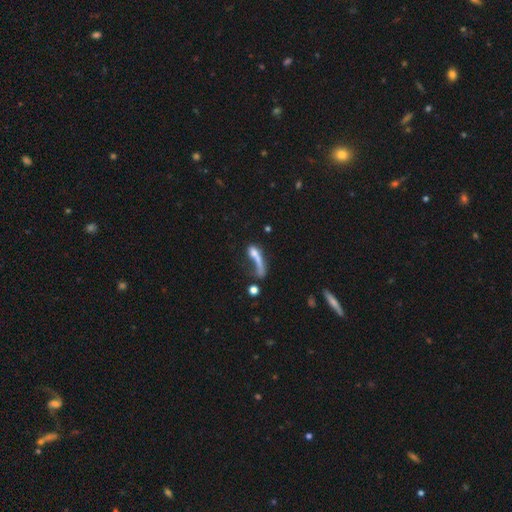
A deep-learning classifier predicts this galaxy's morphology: type=smooth (52%); roundness=cigar-shaped (58%); merging=major disturbance (40%).